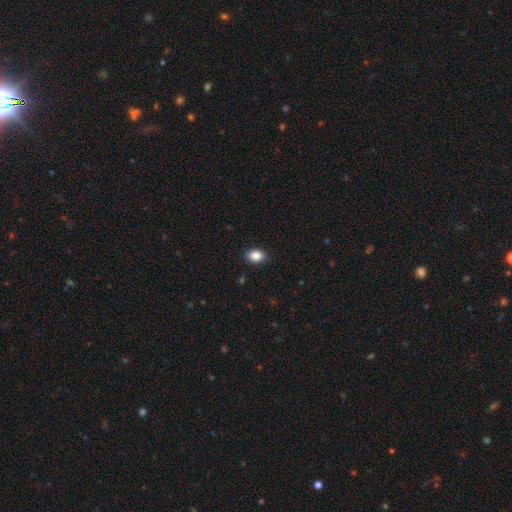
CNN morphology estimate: Smooth or featured? smooth (87%)
How rounded? in between (77%)
Merging? none (89%)